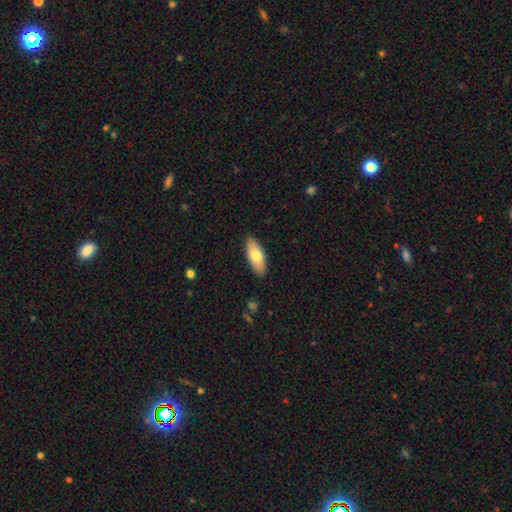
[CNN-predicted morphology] A smooth galaxy with no disk features (74%) that is in between round and cigar-shaped (84%). Merging: none (88%).